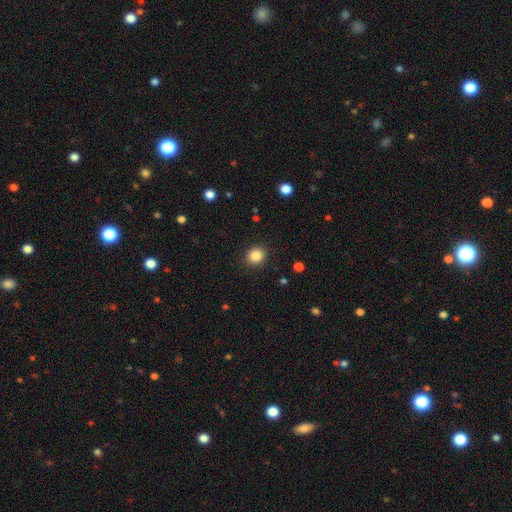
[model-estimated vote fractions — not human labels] Smooth or featured?
  - smooth: 86% *
  - star or artifact: 10%
  - featured or disk: 4%
How rounded?
  - round: 82% *
  - in between: 17%
  - cigar-shaped: 1%
Merging?
  - none: 90% *
  - minor disturbance: 6%
  - major disturbance: 2%
  - merger: 1%